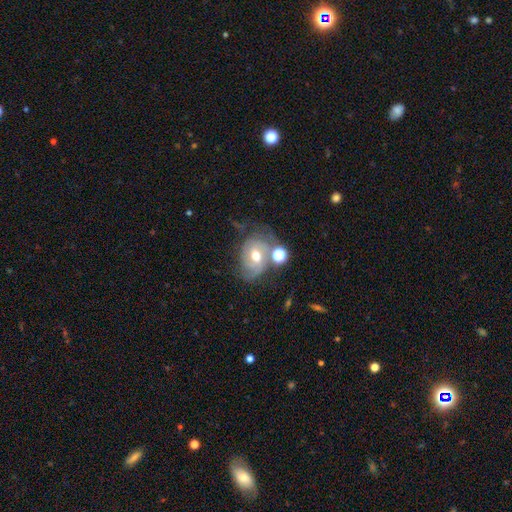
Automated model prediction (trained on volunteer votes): Morphology: type=featured or disk (59%); edge-on=no (95%); bar=no (49%); spiral arms=yes (76%); bulge=moderate (70%); merging=none (40%).